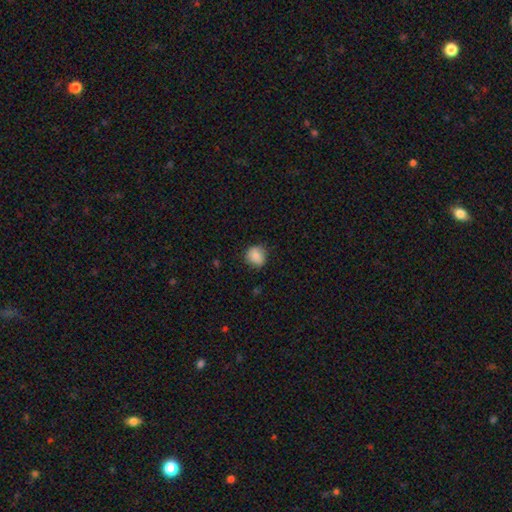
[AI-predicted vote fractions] Smooth or featured? smooth (84%)
How rounded? round (81%)
Merging? none (78%)